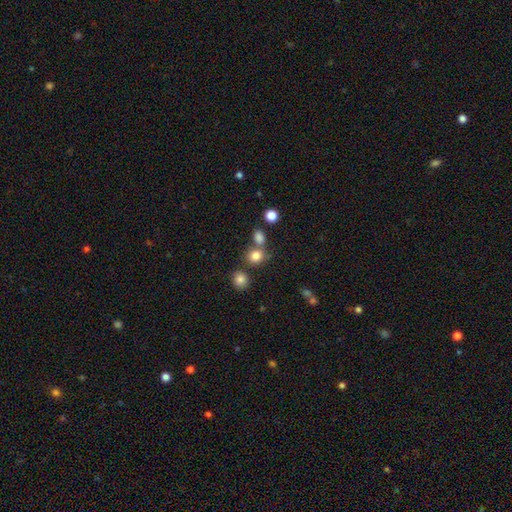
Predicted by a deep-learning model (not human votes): Q: Smooth or featured?
A: smooth (80%); runner-up: star or artifact (13%)
Q: How rounded?
A: round (73%); runner-up: in between (26%)
Q: Merging?
A: none (58%); runner-up: merger (28%)